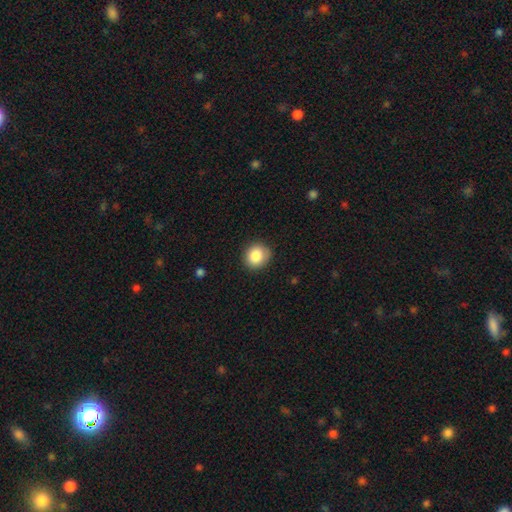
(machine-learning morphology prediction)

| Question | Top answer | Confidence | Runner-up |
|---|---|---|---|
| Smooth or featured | smooth | 85% | star or artifact (9%) |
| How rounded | round | 82% | in between (17%) |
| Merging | none | 85% | minor disturbance (11%) |